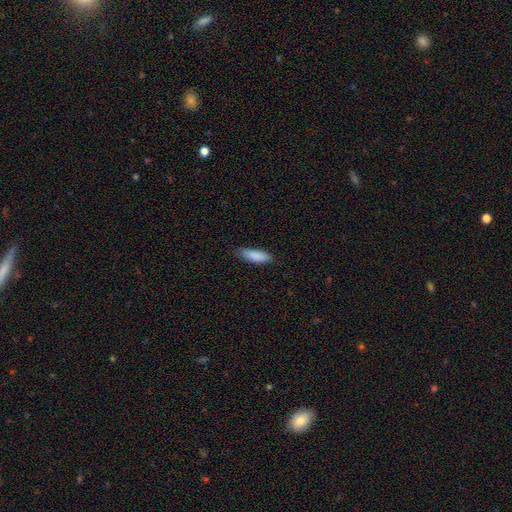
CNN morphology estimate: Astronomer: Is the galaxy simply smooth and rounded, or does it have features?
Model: smooth — 88%.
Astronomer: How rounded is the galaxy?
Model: in between — 55% (runner-up: cigar-shaped, 43%).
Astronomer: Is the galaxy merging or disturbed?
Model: none — 78%.